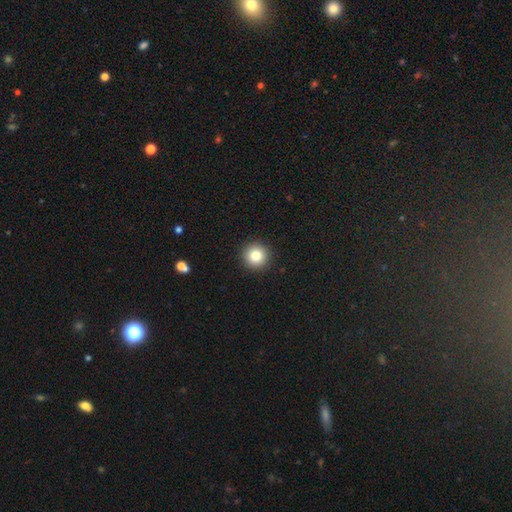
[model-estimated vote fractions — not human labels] Smooth or featured?
  - smooth: 83% *
  - star or artifact: 10%
  - featured or disk: 7%
How rounded?
  - round: 96% *
  - in between: 3%
  - cigar-shaped: 1%
Merging?
  - none: 93% *
  - minor disturbance: 4%
  - major disturbance: 2%
  - merger: 1%